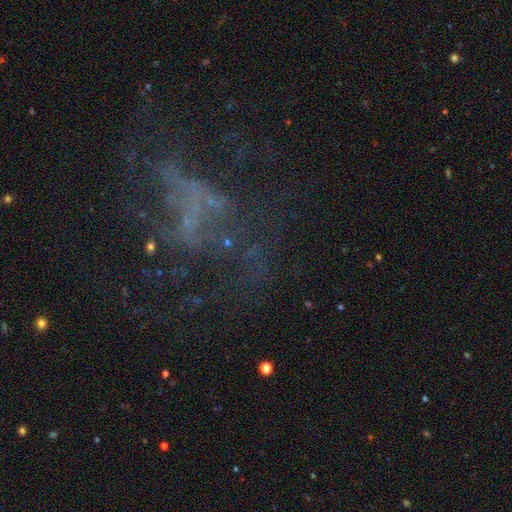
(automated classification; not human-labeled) Morphology: type=featured or disk (51%); edge-on=no (96%); merging=none (44%).